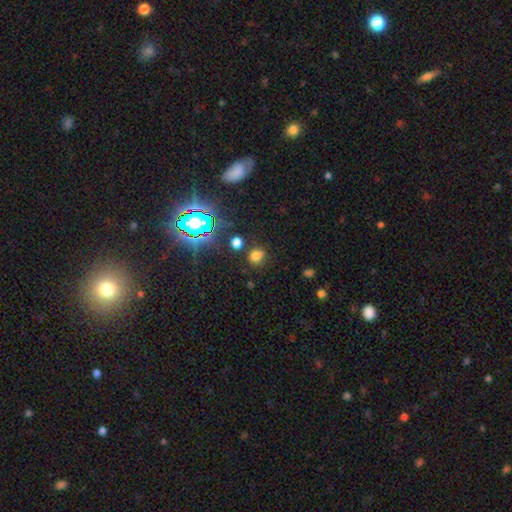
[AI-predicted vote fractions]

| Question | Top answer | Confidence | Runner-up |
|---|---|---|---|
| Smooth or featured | smooth | 67% | star or artifact (26%) |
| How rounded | round | 70% | in between (29%) |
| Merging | none | 74% | minor disturbance (13%) |